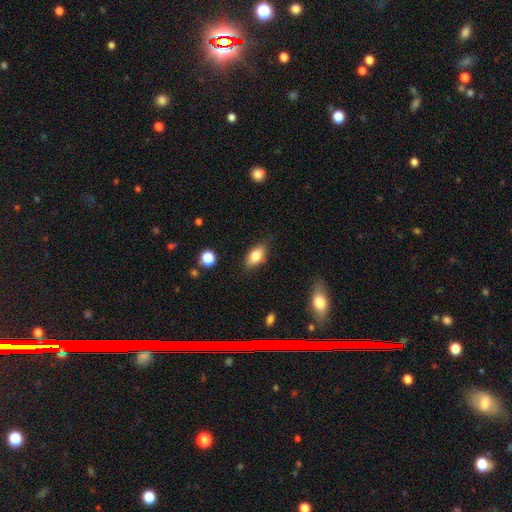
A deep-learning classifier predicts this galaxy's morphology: type=smooth (81%); roundness=in between (89%); merging=none (78%).